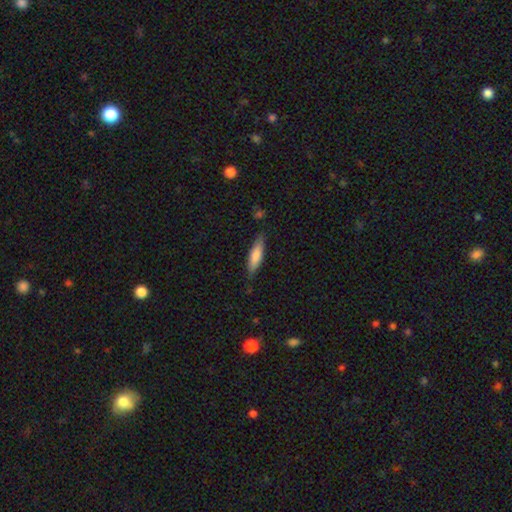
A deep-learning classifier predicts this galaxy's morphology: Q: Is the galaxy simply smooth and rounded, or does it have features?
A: smooth — 74%.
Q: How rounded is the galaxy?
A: cigar-shaped — 67%.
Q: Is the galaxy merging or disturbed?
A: none — 81%.